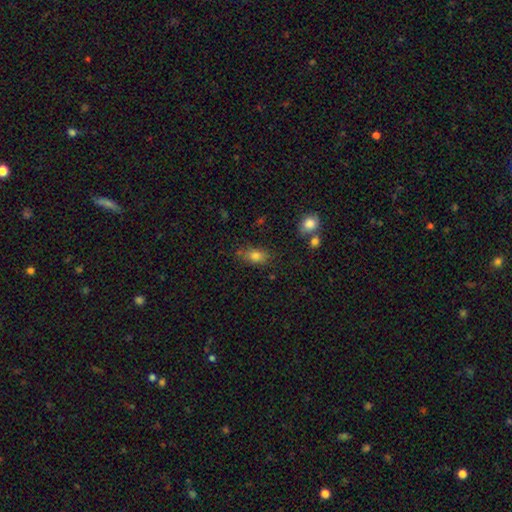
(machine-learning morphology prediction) smooth_or_featured: smooth (p=0.79) [alt: star or artifact p=0.12]
how_rounded: in between (p=0.79) [alt: round p=0.17]
merging: none (p=0.71) [alt: minor disturbance p=0.18]